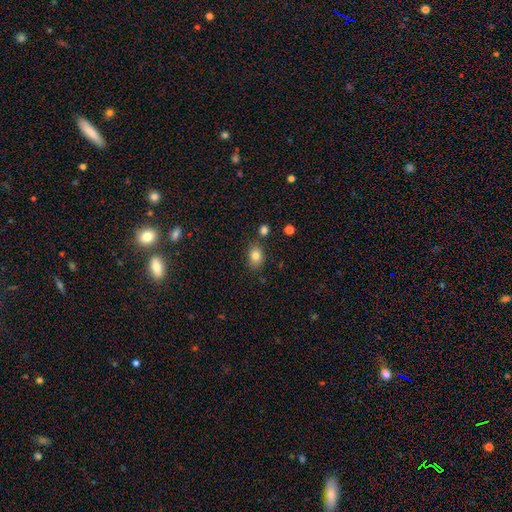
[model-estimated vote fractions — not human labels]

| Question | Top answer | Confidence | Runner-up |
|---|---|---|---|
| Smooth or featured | smooth | 81% | star or artifact (11%) |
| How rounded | in between | 65% | round (34%) |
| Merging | none | 78% | minor disturbance (13%) |